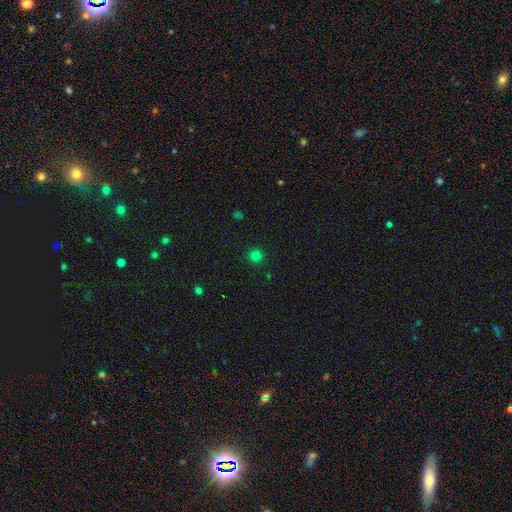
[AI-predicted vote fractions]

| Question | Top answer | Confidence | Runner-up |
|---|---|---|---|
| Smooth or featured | smooth | 79% | star or artifact (17%) |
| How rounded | round | 94% | in between (5%) |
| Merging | none | 91% | minor disturbance (6%) |